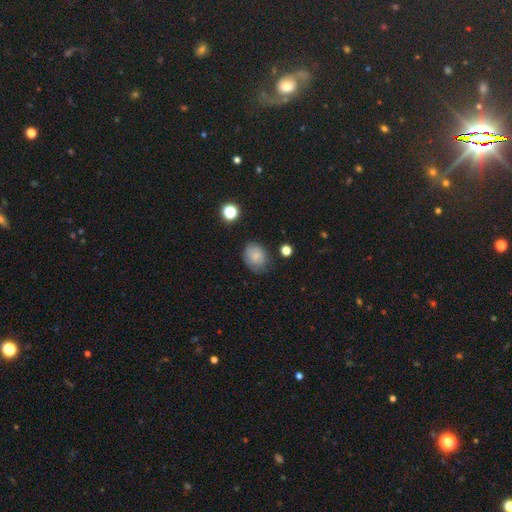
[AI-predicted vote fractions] smooth_or_featured: smooth (p=0.78) [alt: featured or disk p=0.12]
how_rounded: in between (p=0.51) [alt: round p=0.48]
merging: none (p=0.67) [alt: minor disturbance p=0.24]